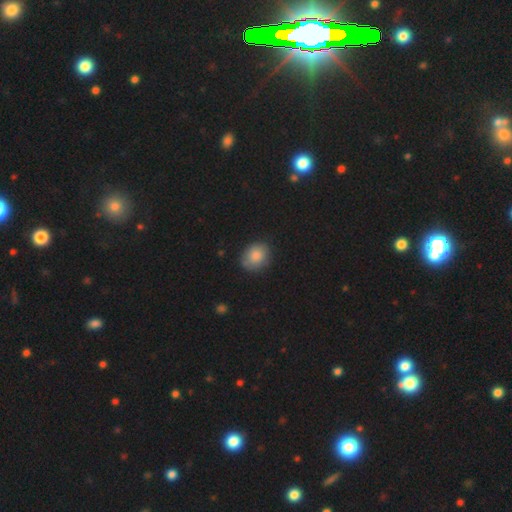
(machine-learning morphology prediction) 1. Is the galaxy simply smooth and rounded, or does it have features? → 84% smooth, 8% star or artifact, 7% featured or disk.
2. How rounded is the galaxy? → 57% round, 42% in between, 1% cigar-shaped.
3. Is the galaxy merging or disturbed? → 79% none, 17% minor disturbance, 3% major disturbance, 2% merger.